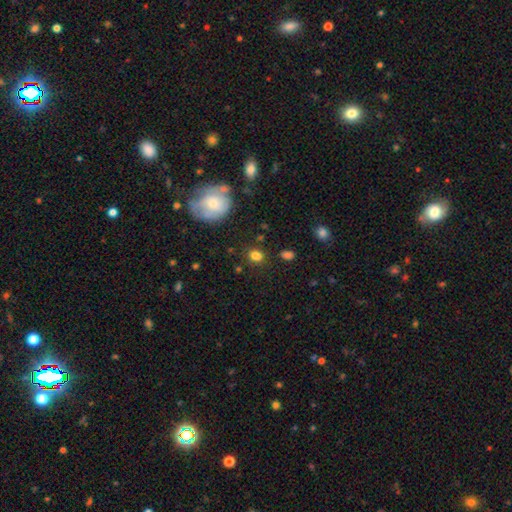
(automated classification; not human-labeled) Smooth or featured? Predicted: smooth (p=0.81). How rounded? Predicted: in between (p=0.52). Merging? Predicted: none (p=0.77).